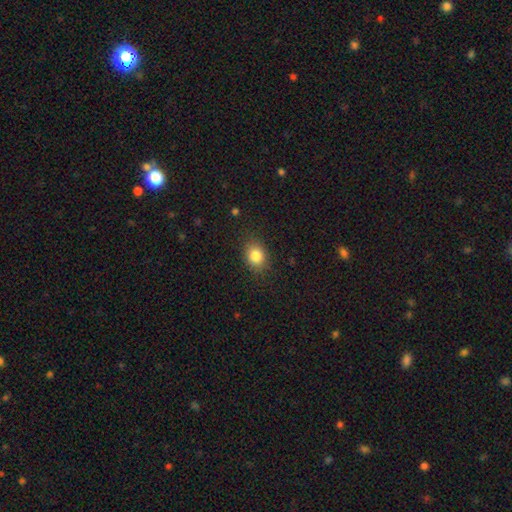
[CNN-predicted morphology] A smooth galaxy with no disk features (84%) that is round (52%).

Vote fractions:
- Smooth or featured? smooth: 84% / star or artifact: 10% / featured or disk: 6%
- How rounded? round: 52% / in between: 47% / cigar-shaped: 1%
- Merging? none: 85% / minor disturbance: 11% / major disturbance: 3% / merger: 1%